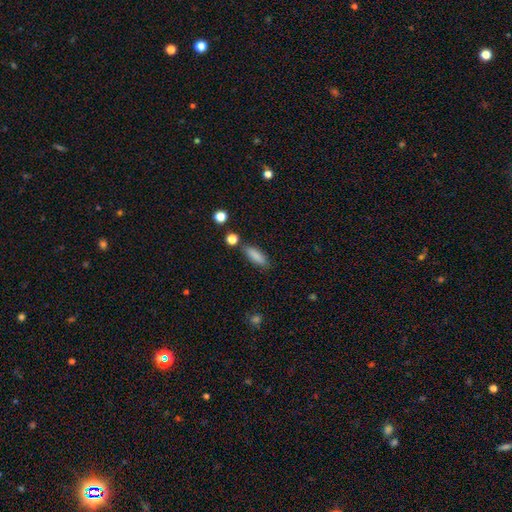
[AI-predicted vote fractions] A smooth galaxy with no disk features (85%) that is in between round and cigar-shaped (60%). Merging: none (79%).